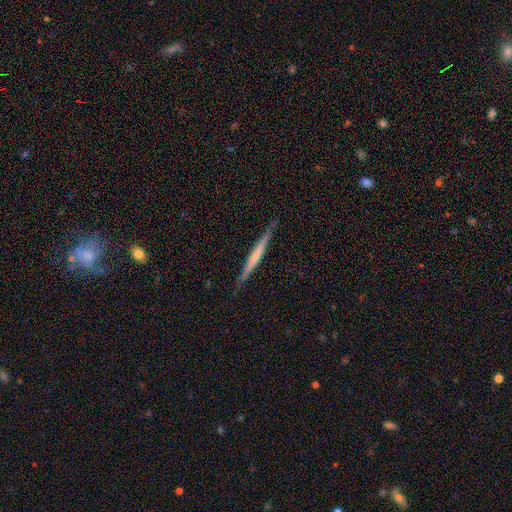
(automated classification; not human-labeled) Overall: featured or disk (60%; smooth 34%). Edge-on disk: yes (98%). Edge-on bulge: none (66%). Merging: none (88%).